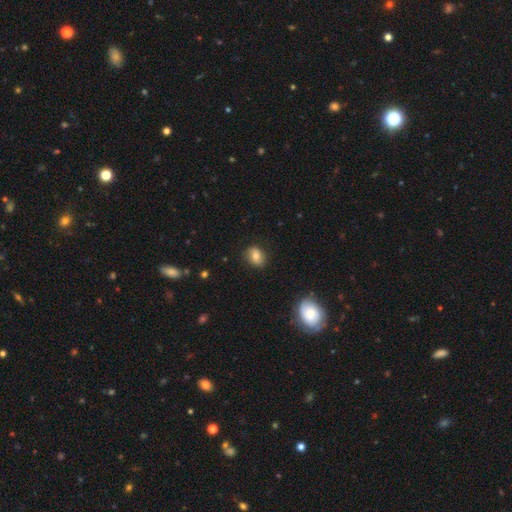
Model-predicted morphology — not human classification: Q: Smooth or featured?
A: smooth (73%); runner-up: featured or disk (17%)
Q: How rounded?
A: in between (55%); runner-up: round (44%)
Q: Merging?
A: none (81%); runner-up: minor disturbance (15%)